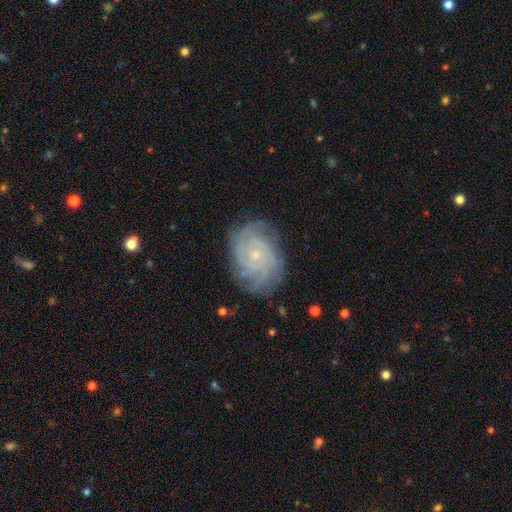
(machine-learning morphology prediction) Smooth or featured? featured or disk (83%)
Edge-on disk? no (97%)
Bar? no (77%)
Spiral arms? yes (97%)
Spiral winding? tight (73%)
Spiral arm count? can't tell (31%)
Bulge size? small (78%)
Merging? none (77%)